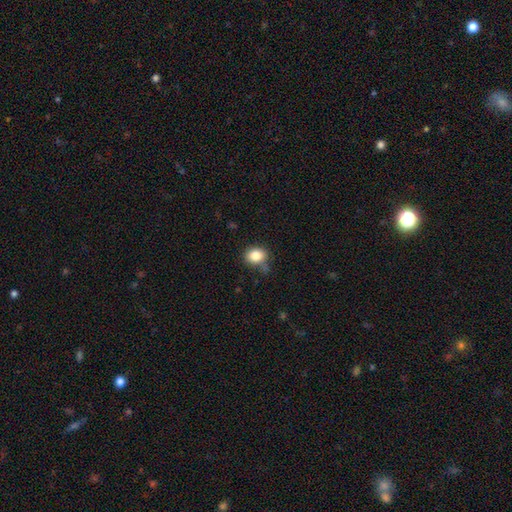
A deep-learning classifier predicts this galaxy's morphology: This appears to be a smooth galaxy with no disk features (83%) that is round (53%). Merging: none (70%).